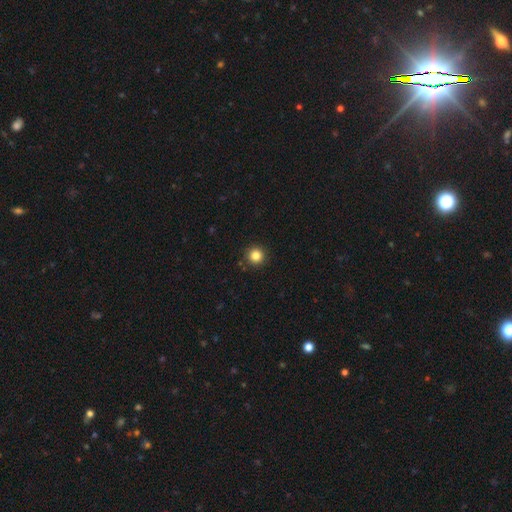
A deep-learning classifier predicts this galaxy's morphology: Q: Smooth or featured?
A: smooth (84%); runner-up: star or artifact (12%)
Q: How rounded?
A: round (96%); runner-up: in between (3%)
Q: Merging?
A: none (91%); runner-up: minor disturbance (5%)